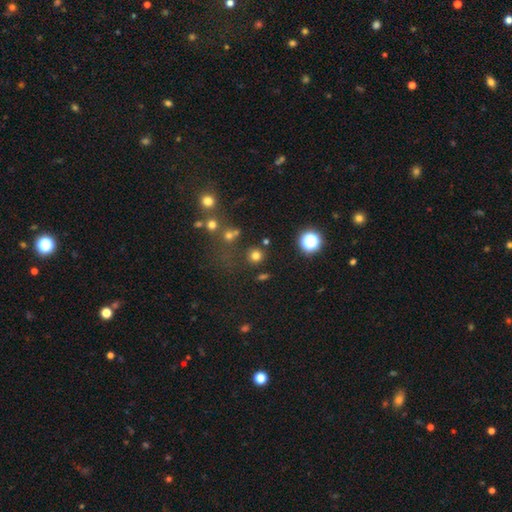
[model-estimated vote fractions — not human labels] Smooth or featured?
  - smooth: 74% *
  - star or artifact: 20%
  - featured or disk: 6%
How rounded?
  - round: 91% *
  - in between: 8%
  - cigar-shaped: 1%
Merging?
  - none: 82% *
  - minor disturbance: 8%
  - merger: 6%
  - major disturbance: 4%